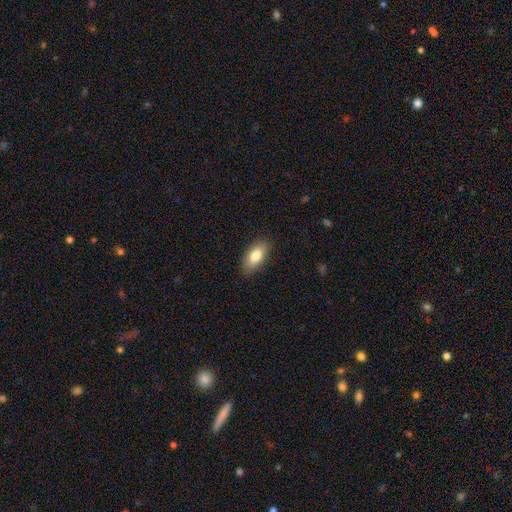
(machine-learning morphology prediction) Smooth or featured?
  - smooth: 82% *
  - featured or disk: 12%
  - star or artifact: 7%
How rounded?
  - in between: 87% *
  - cigar-shaped: 11%
  - round: 3%
Merging?
  - none: 85% *
  - minor disturbance: 11%
  - major disturbance: 2%
  - merger: 1%